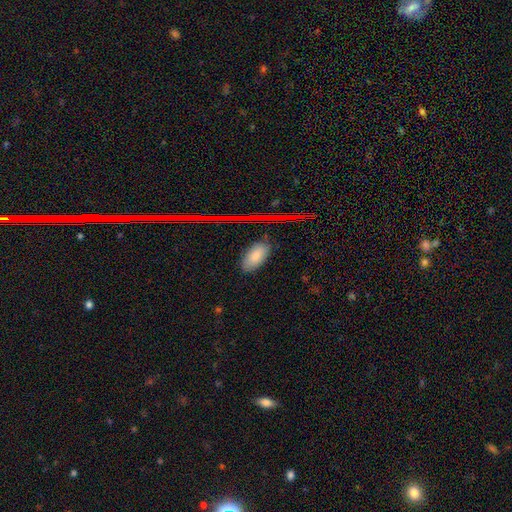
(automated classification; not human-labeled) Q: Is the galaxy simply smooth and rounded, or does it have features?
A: smooth — 81%.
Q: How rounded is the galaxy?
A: in between — 93%.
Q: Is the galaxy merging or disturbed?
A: none — 83%.